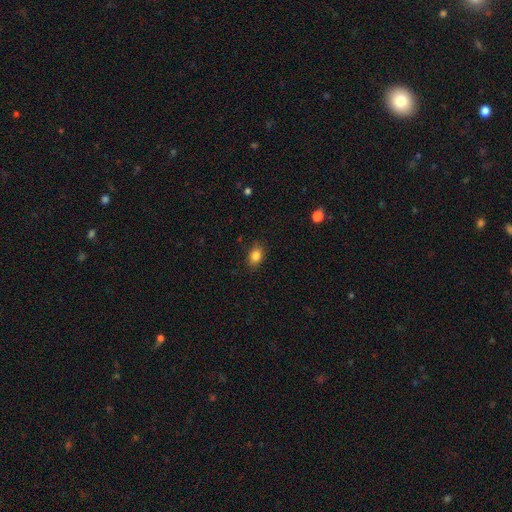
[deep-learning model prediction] Smooth or featured?
  - smooth: 84% *
  - star or artifact: 10%
  - featured or disk: 6%
How rounded?
  - in between: 72% *
  - round: 27%
  - cigar-shaped: 1%
Merging?
  - none: 85% *
  - minor disturbance: 12%
  - major disturbance: 3%
  - merger: 1%